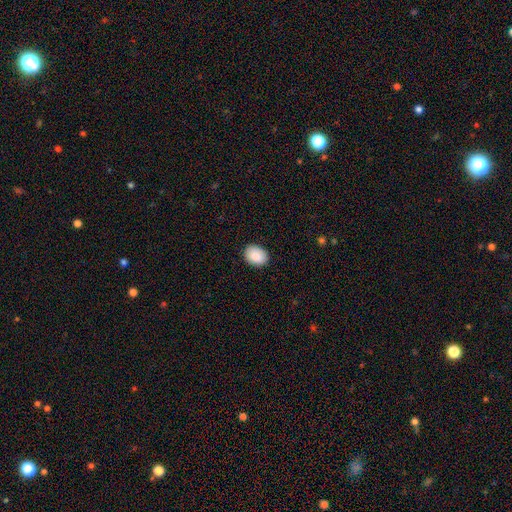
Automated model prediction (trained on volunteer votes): Smooth or featured? smooth (90%)
How rounded? in between (68%)
Merging? none (88%)